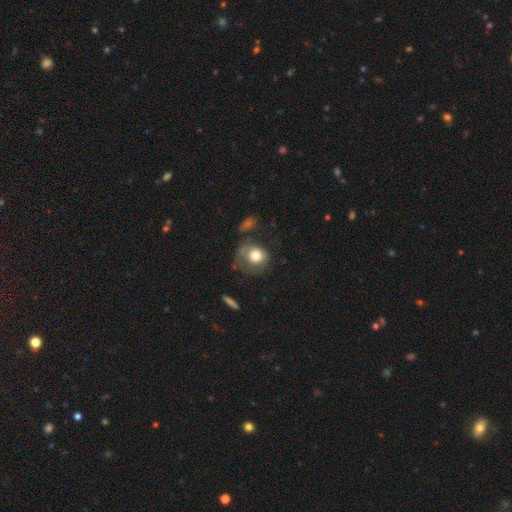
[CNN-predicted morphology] type=smooth (69%); roundness=round (76%); merging=none (36%).